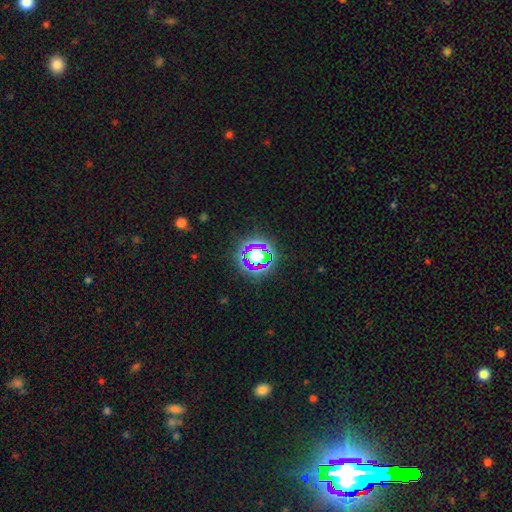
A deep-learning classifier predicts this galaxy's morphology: star or artifact 57%, smooth 28%, featured or disk 16%.